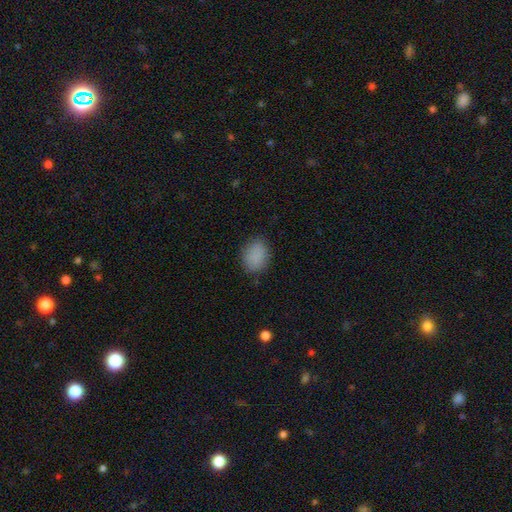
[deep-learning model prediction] This is clearly a smooth galaxy (87%). How rounded: possibly in between (57%). Merging: clearly none (83%).